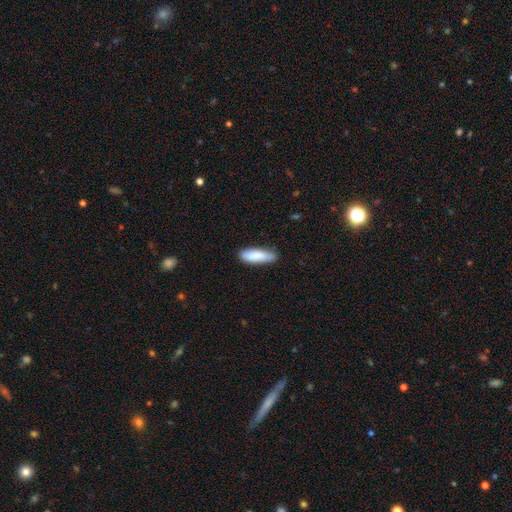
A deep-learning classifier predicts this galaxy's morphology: The model was most divided on "how rounded": cigar-shaped: 53%, in between: 45%, round: 2%. More confident: smooth or featured — smooth (87%); merging — none (80%).